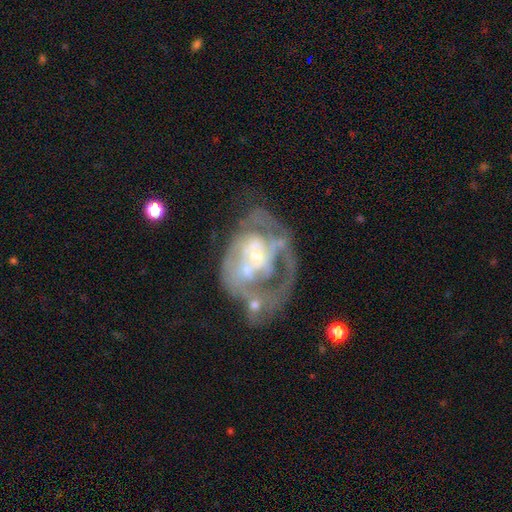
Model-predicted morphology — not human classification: Smooth or featured?
  - featured or disk: 78% *
  - smooth: 14%
  - star or artifact: 7%
Edge-on disk?
  - no: 97% *
  - yes: 3%
Bar?
  - no: 77% *
  - weak: 18%
  - strong: 5%
Spiral arms?
  - yes: 53% *
  - no: 47%
Bulge size?
  - small: 59% *
  - moderate: 31%
  - none: 5%
  - large: 3%
  - dominant: 1%
Merging?
  - merger: 37% *
  - major disturbance: 29%
  - none: 20%
  - minor disturbance: 13%